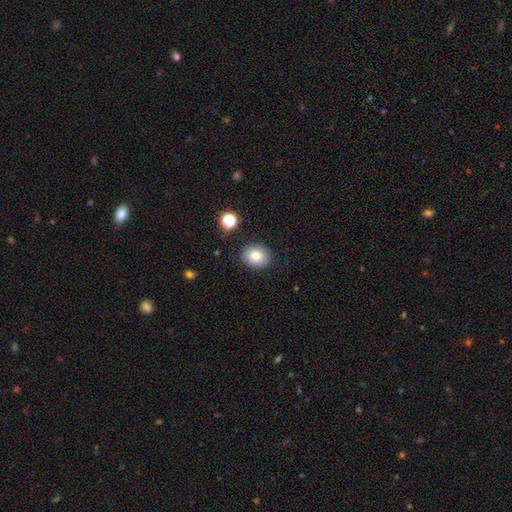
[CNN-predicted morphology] smooth 83%, star or artifact 10%, featured or disk 7%. Down the decision tree: how rounded — round (56%); merging — none (86%).